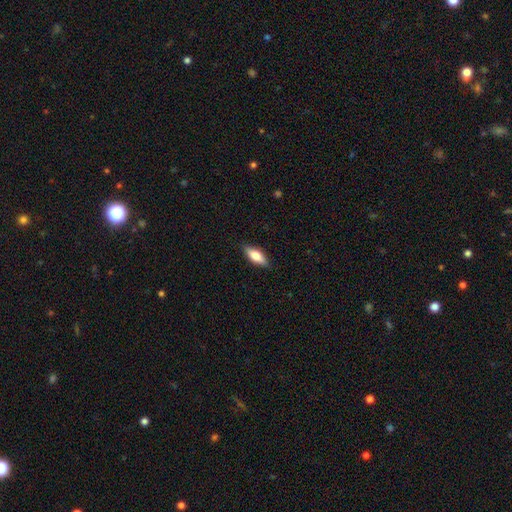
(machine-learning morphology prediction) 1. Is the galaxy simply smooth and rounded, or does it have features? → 67% smooth, 27% featured or disk, 6% star or artifact.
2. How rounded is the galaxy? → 68% in between, 30% cigar-shaped, 3% round.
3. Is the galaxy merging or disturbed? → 87% none, 10% minor disturbance, 2% major disturbance, 1% merger.